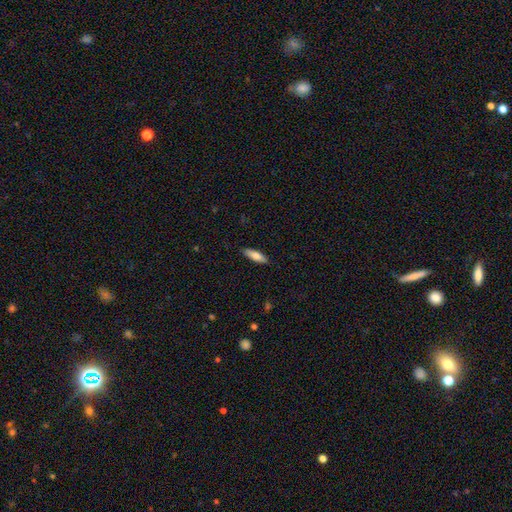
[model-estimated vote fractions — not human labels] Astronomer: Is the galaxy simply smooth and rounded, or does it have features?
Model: smooth — 74%.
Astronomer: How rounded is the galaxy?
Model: cigar-shaped — 51% (runner-up: in between, 47%).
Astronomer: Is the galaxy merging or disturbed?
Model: none — 88%.